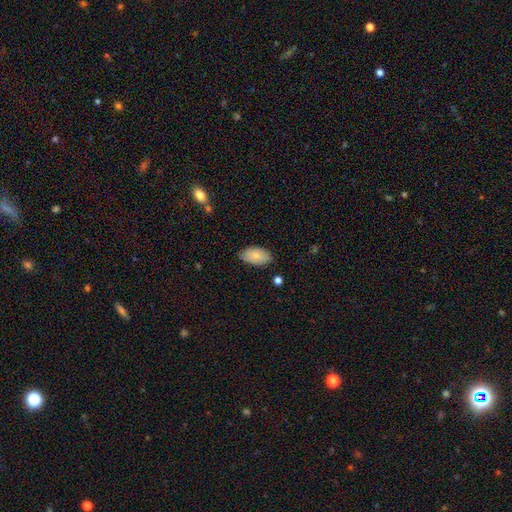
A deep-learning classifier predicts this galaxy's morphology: Smooth or featured? smooth (79%)
How rounded? in between (94%)
Merging? none (73%)